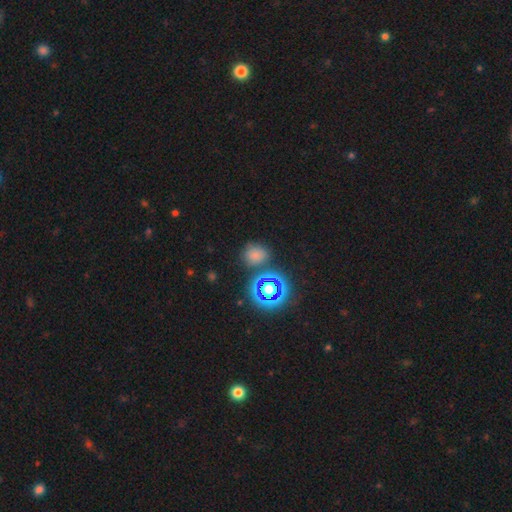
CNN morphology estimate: This appears to be a smooth galaxy with no disk features (68%) that is round (76%). Merging: none (73%).